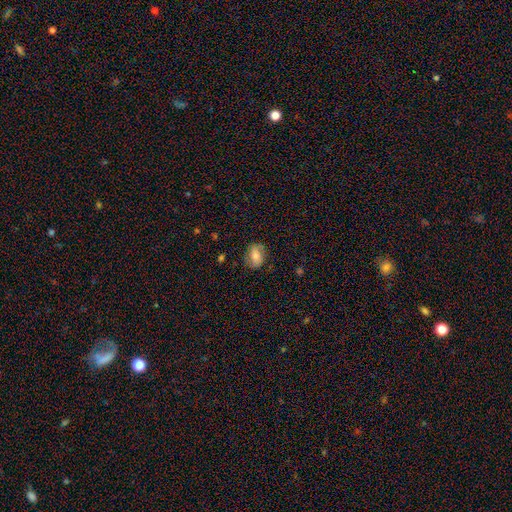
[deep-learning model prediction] Smooth or featured: smooth — 67% (featured or disk — 25%)
How rounded: in between — 72% (round — 27%)
Merging: none — 75% (minor disturbance — 18%)